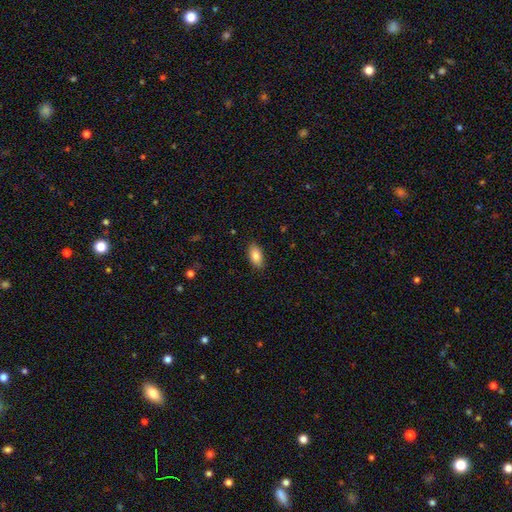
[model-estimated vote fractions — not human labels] Morphology: type=smooth (84%); roundness=in between (90%); merging=none (87%).